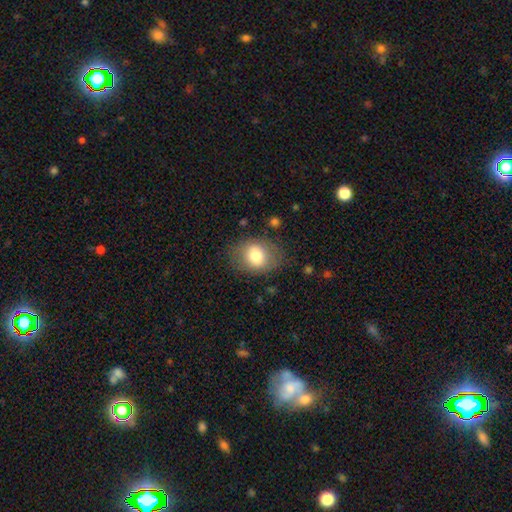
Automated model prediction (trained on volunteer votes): smooth 76%, featured or disk 16%, star or artifact 8%. Down the decision tree: how rounded — in between (63%); merging — none (77%).